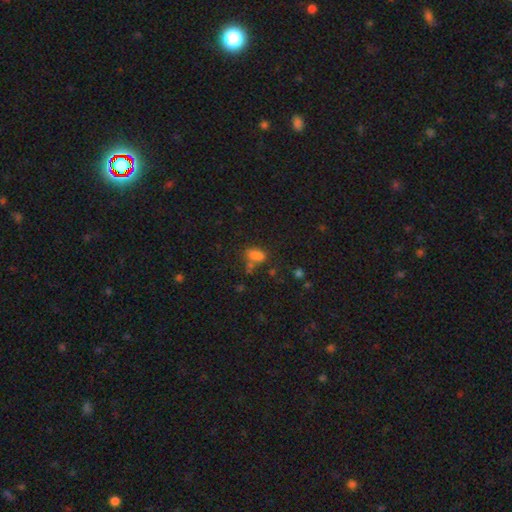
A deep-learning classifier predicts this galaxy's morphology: Smooth or featured? Predicted: smooth (p=0.69). How rounded? Predicted: in between (p=0.79). Merging? Predicted: none (p=0.39).